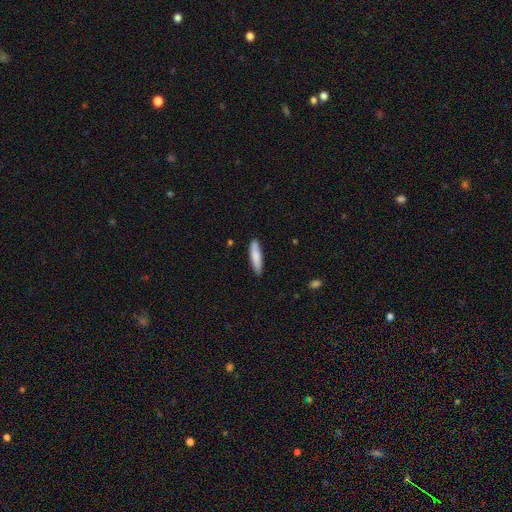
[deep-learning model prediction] A smooth galaxy with no disk features (81%) that is cigar-shaped (78%).

Vote fractions:
- Smooth or featured? smooth: 81% / featured or disk: 14% / star or artifact: 6%
- How rounded? cigar-shaped: 78% / in between: 21% / round: 1%
- Merging? none: 85% / minor disturbance: 12% / major disturbance: 2% / merger: 1%